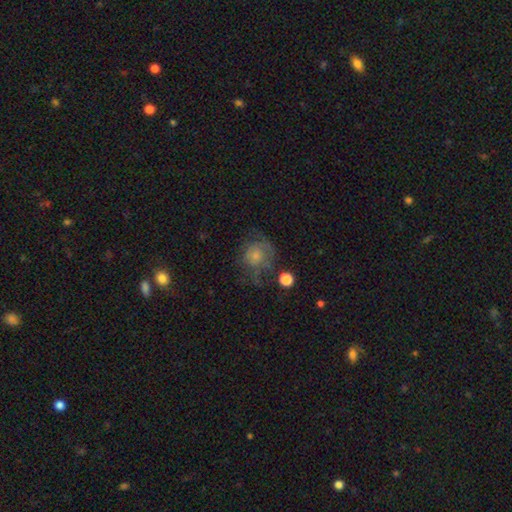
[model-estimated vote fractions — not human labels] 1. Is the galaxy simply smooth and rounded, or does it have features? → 47% smooth, 37% featured or disk, 16% star or artifact.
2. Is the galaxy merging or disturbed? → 54% none, 23% minor disturbance, 20% major disturbance, 4% merger.